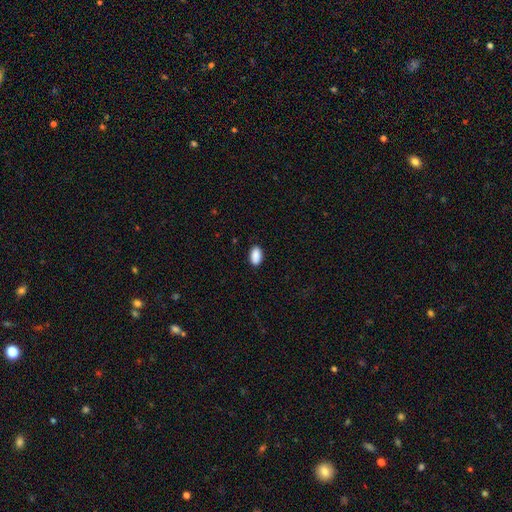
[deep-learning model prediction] Morphology: type=smooth (90%); roundness=in between (93%); merging=none (88%).